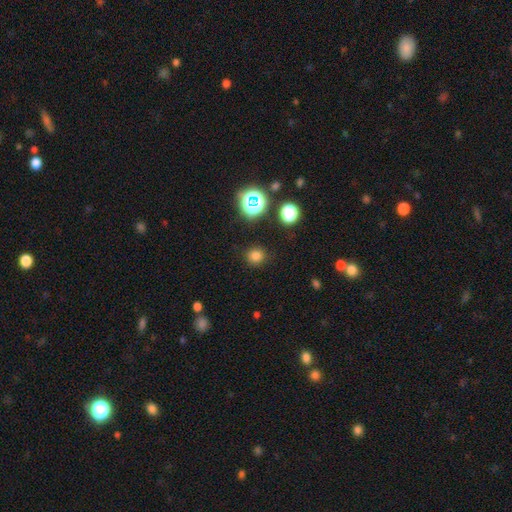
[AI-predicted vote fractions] smooth 75%, star or artifact 20%, featured or disk 5%. Down the decision tree: how rounded — round (90%); merging — none (89%).